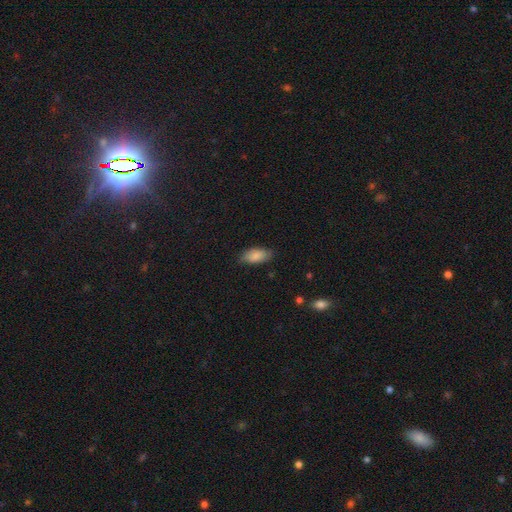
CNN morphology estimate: smooth-or-featured: smooth: 86% | featured or disk: 8% | star or artifact: 6%
  how-rounded: in between: 90% | cigar-shaped: 8% | round: 2%
  merging: none: 82% | minor disturbance: 14% | major disturbance: 3% | merger: 1%